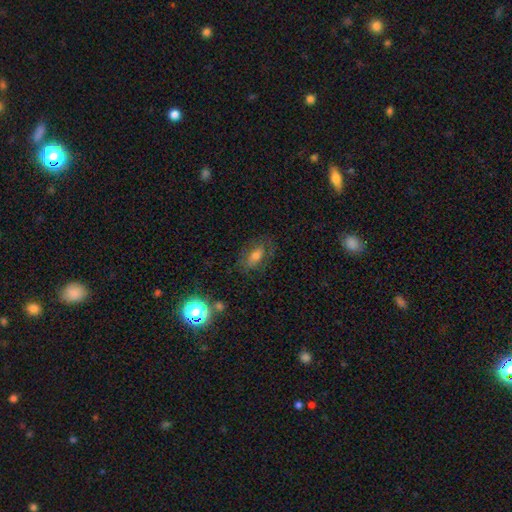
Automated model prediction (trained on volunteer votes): smooth 58%, featured or disk 27%, star or artifact 15%. Down the decision tree: how rounded — in between (82%); merging — none (72%).